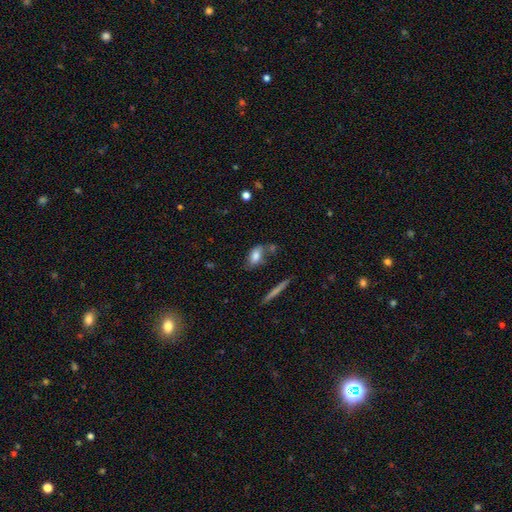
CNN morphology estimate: smooth_or_featured: smooth (p=0.73) [alt: featured or disk p=0.18]
how_rounded: in between (p=0.81) [alt: cigar-shaped p=0.12]
merging: none (p=0.53) [alt: minor disturbance p=0.24]